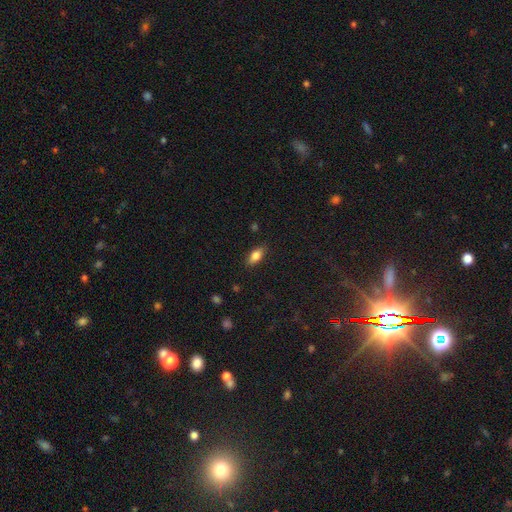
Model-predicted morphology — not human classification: Q: Smooth or featured?
A: smooth (80%); runner-up: featured or disk (12%)
Q: How rounded?
A: in between (86%); runner-up: cigar-shaped (10%)
Q: Merging?
A: none (86%); runner-up: minor disturbance (10%)